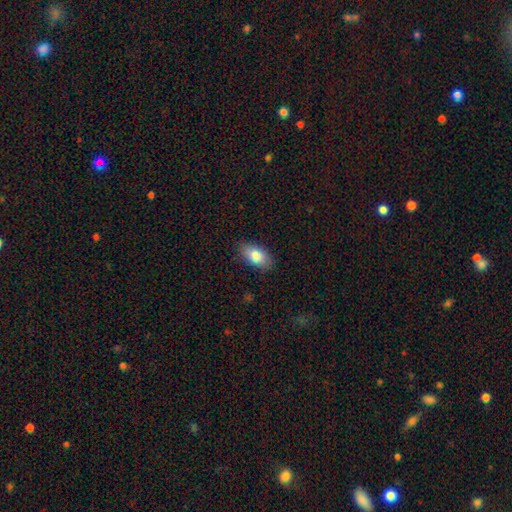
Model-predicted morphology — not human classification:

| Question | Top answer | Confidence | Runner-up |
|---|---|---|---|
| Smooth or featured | smooth | 82% | featured or disk (11%) |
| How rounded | in between | 92% | round (5%) |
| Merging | none | 86% | minor disturbance (10%) |